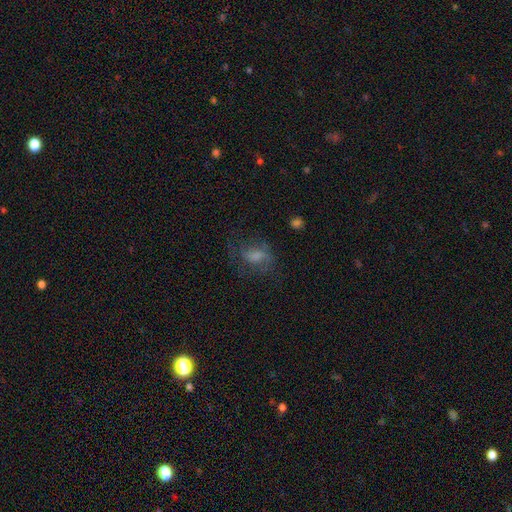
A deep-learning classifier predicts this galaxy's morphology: Smooth or featured? smooth (41%)
Merging? none (58%)